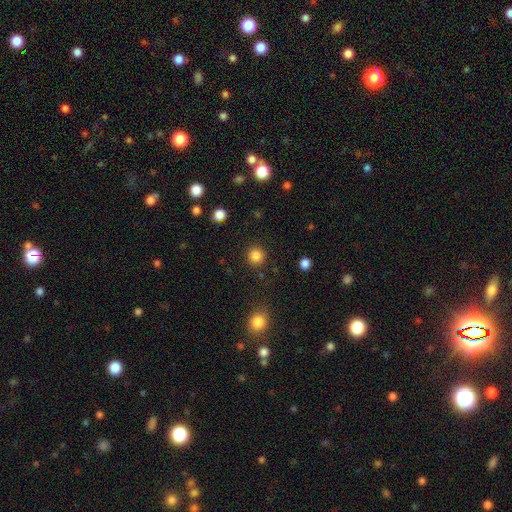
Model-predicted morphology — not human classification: Overall: smooth (85%). How rounded: round (93%). Merging: none (90%).